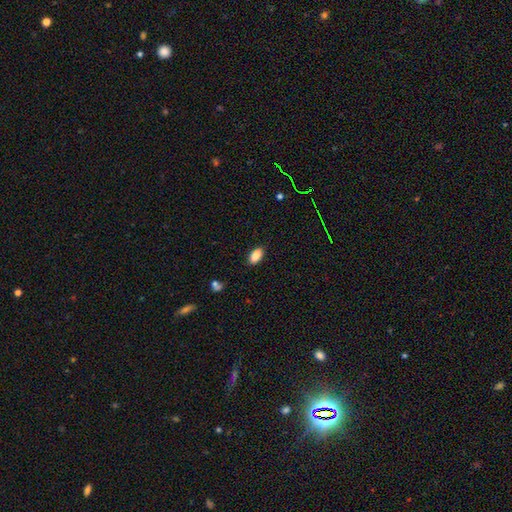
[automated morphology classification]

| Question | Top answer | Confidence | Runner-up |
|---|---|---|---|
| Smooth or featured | smooth | 88% | star or artifact (8%) |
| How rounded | in between | 92% | cigar-shaped (4%) |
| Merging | none | 87% | minor disturbance (9%) |